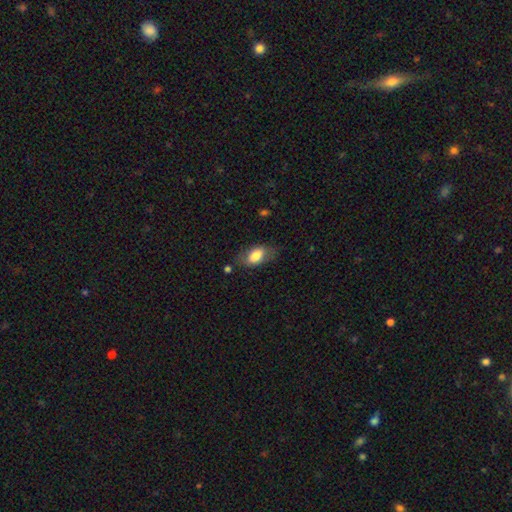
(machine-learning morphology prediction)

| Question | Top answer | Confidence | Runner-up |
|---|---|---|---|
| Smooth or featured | smooth | 76% | featured or disk (17%) |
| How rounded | in between | 90% | round (6%) |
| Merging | none | 70% | minor disturbance (20%) |